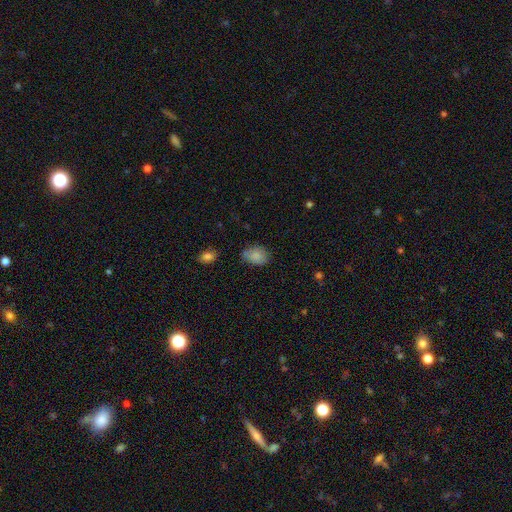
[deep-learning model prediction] Overall: smooth (84%). How rounded: in between (63%; round 36%). Merging: none (65%; minor disturbance 26%).